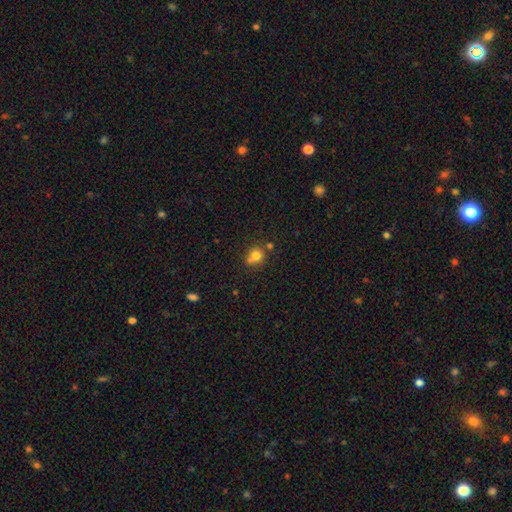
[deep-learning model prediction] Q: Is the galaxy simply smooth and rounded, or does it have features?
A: smooth — 76%.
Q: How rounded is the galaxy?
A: round — 83%.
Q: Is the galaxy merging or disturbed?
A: none — 53%.